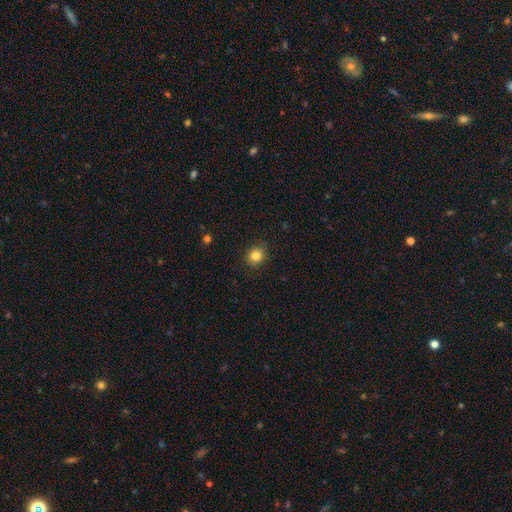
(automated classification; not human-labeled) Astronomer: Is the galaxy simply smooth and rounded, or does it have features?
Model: smooth — 83%.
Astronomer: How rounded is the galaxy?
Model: round — 84%.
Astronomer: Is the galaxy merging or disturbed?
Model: none — 88%.